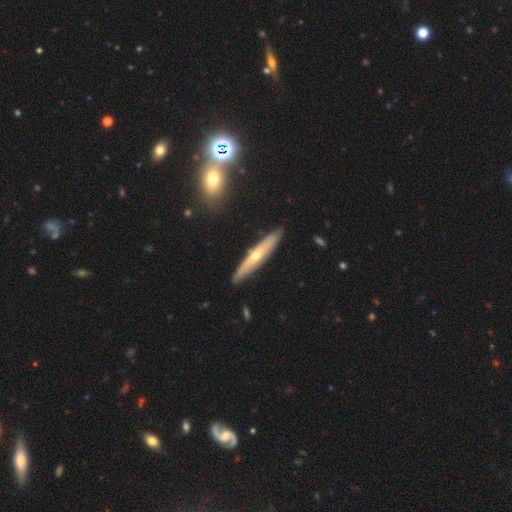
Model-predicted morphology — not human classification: This is possibly a featured or disk galaxy (60%). It is clearly viewed edge-on (85%). Edge-on bulge: clearly rounded (81%). Merging: clearly none (88%).